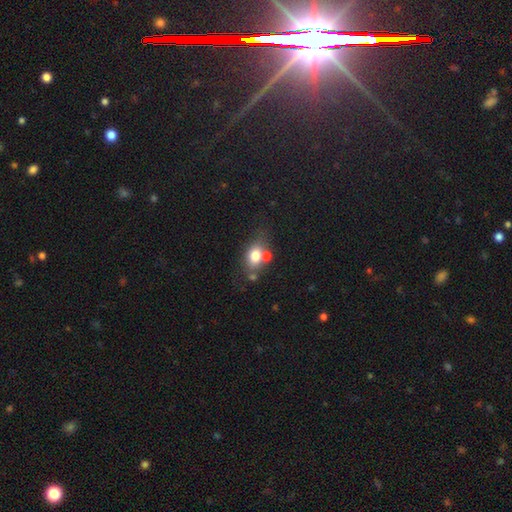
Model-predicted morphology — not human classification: The model was most divided on "merging": none: 52%, merger: 25%, minor disturbance: 17%, major disturbance: 6%. More confident: smooth or featured — smooth (75%); how rounded — in between (73%).